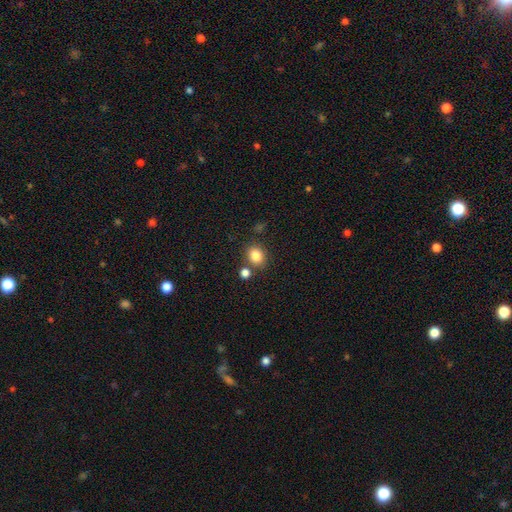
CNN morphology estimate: Q: Smooth or featured?
A: smooth (83%); runner-up: star or artifact (11%)
Q: How rounded?
A: round (62%); runner-up: in between (37%)
Q: Merging?
A: none (76%); runner-up: merger (11%)